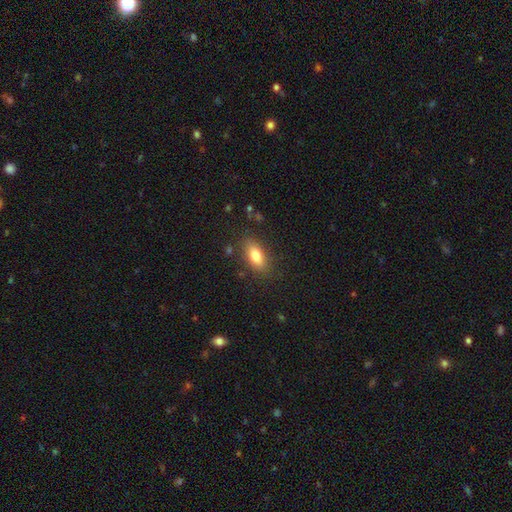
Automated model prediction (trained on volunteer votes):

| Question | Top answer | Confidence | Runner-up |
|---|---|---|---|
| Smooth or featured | smooth | 80% | featured or disk (12%) |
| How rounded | in between | 84% | cigar-shaped (12%) |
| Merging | none | 83% | minor disturbance (12%) |